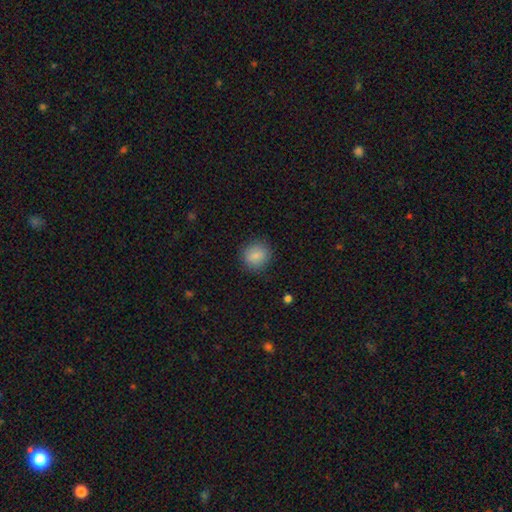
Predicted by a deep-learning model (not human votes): smooth_or_featured: smooth (p=0.85) [alt: star or artifact p=0.08]
how_rounded: round (p=0.81) [alt: in between p=0.18]
merging: none (p=0.86) [alt: minor disturbance p=0.10]